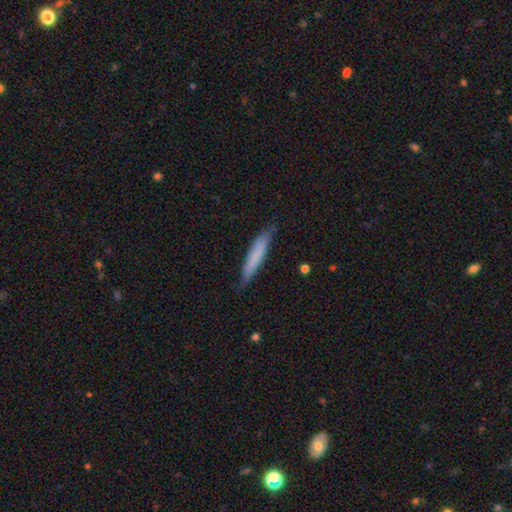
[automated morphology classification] smooth-or-featured: smooth: 71% | featured or disk: 23% | star or artifact: 6%
  how-rounded: cigar-shaped: 91% | in between: 7% | round: 1%
  merging: none: 81% | minor disturbance: 16% | major disturbance: 2% | merger: 1%